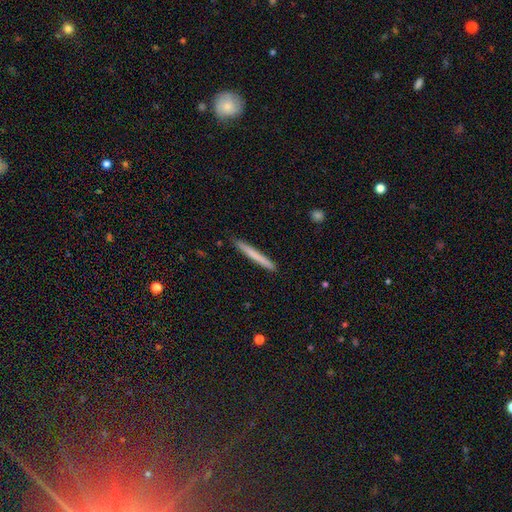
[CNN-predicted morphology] This is likely a smooth galaxy (69%). How rounded: clearly cigar-shaped (97%). Merging: clearly none (91%).